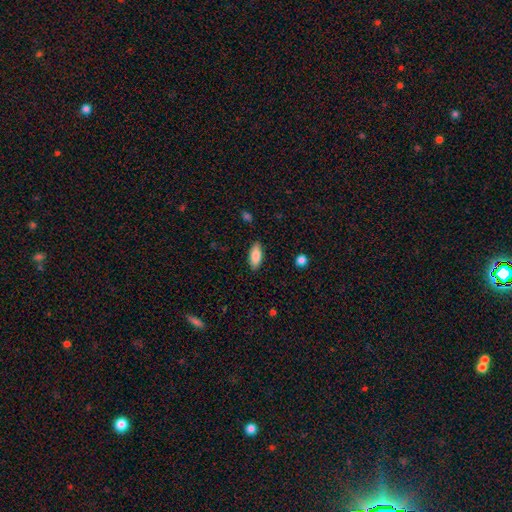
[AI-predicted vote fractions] Smooth or featured?
  - smooth: 86% *
  - featured or disk: 7%
  - star or artifact: 6%
How rounded?
  - in between: 84% *
  - cigar-shaped: 14%
  - round: 2%
Merging?
  - none: 86% *
  - minor disturbance: 10%
  - major disturbance: 2%
  - merger: 1%